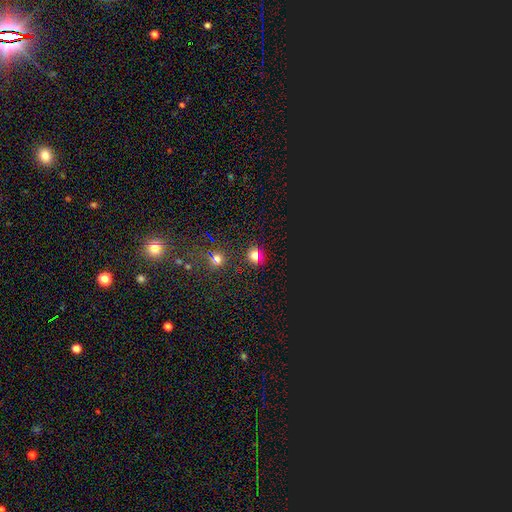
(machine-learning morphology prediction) Smooth or featured: smooth — 48% (star or artifact — 44%)
Merging: none — 83% (minor disturbance — 9%)